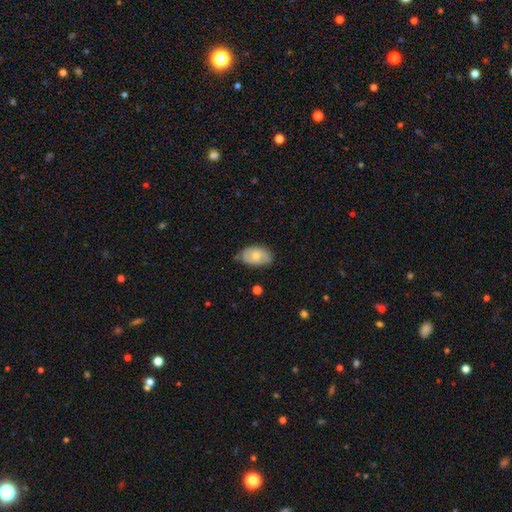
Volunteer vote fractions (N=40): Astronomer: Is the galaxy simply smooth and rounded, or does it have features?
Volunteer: smooth — 80%.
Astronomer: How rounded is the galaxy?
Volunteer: in between — 88%.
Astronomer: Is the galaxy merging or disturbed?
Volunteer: minor disturbance — 54% (runner-up: none, 33%).